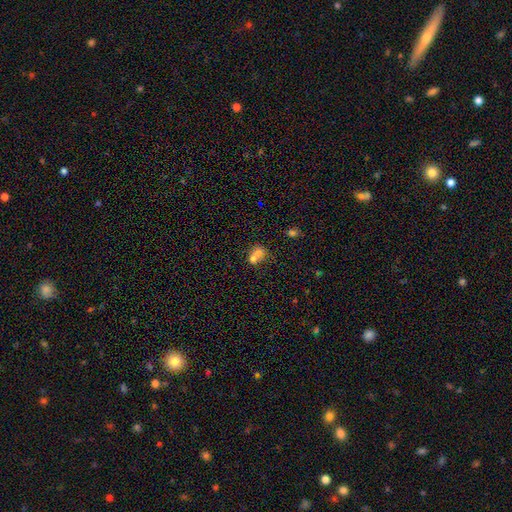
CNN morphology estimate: The model was most divided on "how rounded": round: 62%, in between: 37%, cigar-shaped: 1%. More confident: smooth or featured — smooth (70%); merging — merger (64%).